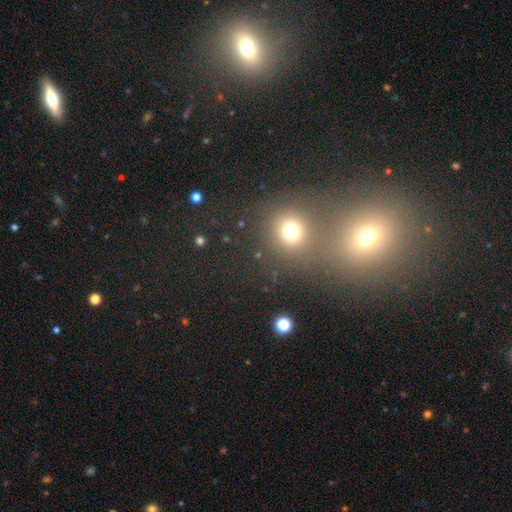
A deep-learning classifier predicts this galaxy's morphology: Smooth or featured?
  - smooth: 50% *
  - star or artifact: 41%
  - featured or disk: 10%
Merging?
  - none: 50% *
  - merger: 40%
  - minor disturbance: 6%
  - major disturbance: 4%